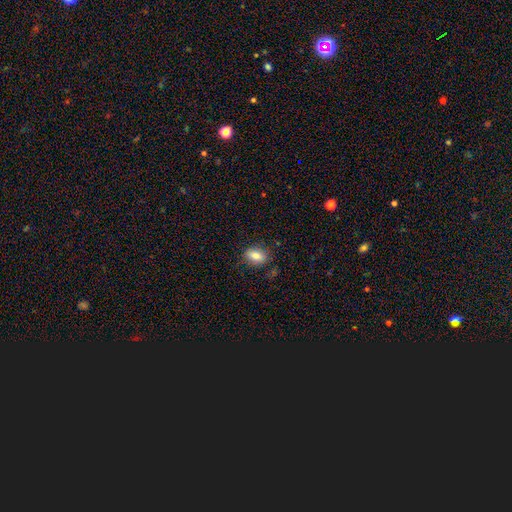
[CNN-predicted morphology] Smooth or featured? Predicted: smooth (p=0.84). How rounded? Predicted: in between (p=0.85). Merging? Predicted: none (p=0.80).